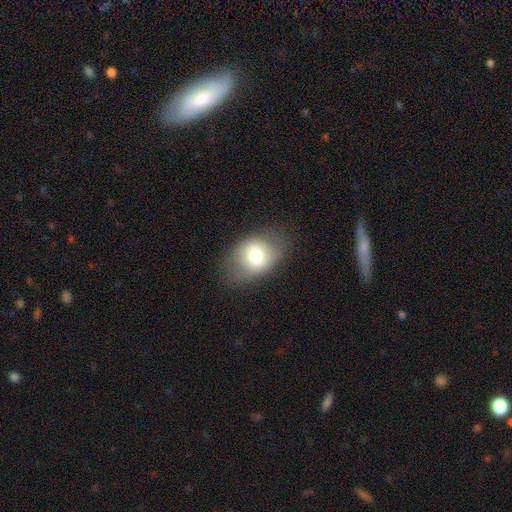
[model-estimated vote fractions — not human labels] smooth-or-featured: smooth: 70% | featured or disk: 21% | star or artifact: 9%
  how-rounded: in between: 69% | round: 30% | cigar-shaped: 1%
  merging: none: 73% | minor disturbance: 18% | major disturbance: 8% | merger: 1%